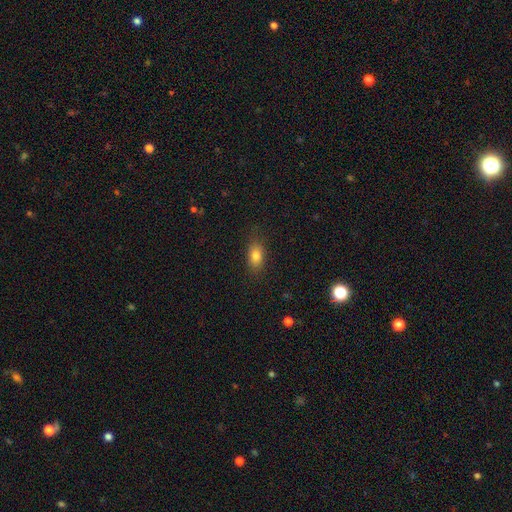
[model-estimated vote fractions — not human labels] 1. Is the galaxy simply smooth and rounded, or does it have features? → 82% smooth, 10% star or artifact, 9% featured or disk.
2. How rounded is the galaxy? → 85% in between, 10% round, 6% cigar-shaped.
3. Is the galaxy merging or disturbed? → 83% none, 12% minor disturbance, 3% major disturbance, 1% merger.